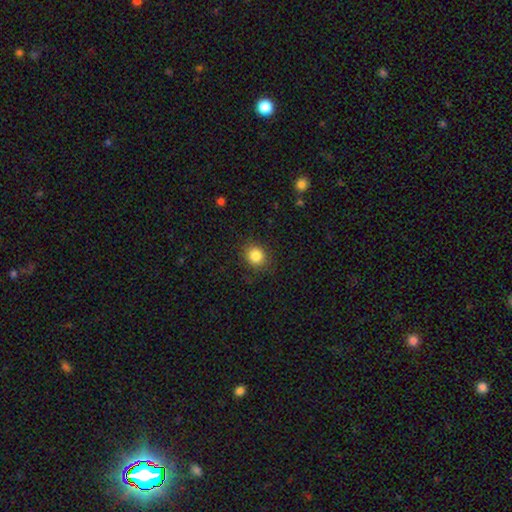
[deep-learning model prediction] Q: Smooth or featured?
A: smooth (85%); runner-up: star or artifact (10%)
Q: How rounded?
A: round (79%); runner-up: in between (20%)
Q: Merging?
A: none (87%); runner-up: minor disturbance (9%)